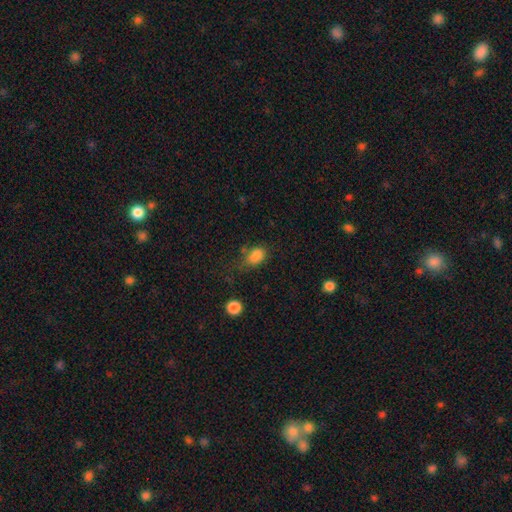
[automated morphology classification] The model was most divided on "merging": none: 50%, minor disturbance: 29%, major disturbance: 16%, merger: 6%. More confident: smooth or featured — smooth (83%); how rounded — in between (78%).